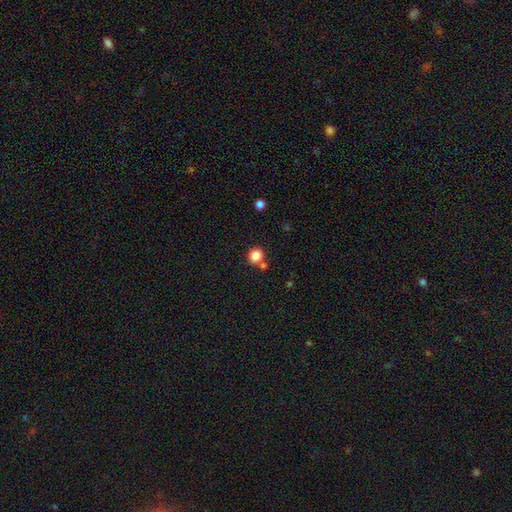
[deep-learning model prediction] This is clearly a smooth galaxy (85%). How rounded: clearly round (86%). Merging: likely none (72%).